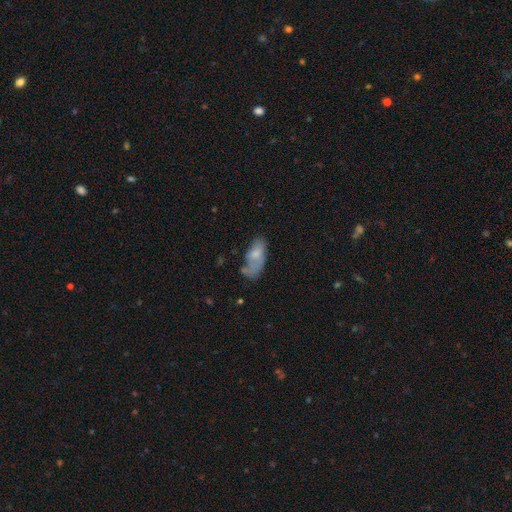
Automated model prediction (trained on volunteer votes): Morphology: type=smooth (62%); roundness=in between (85%); merging=none (34%).